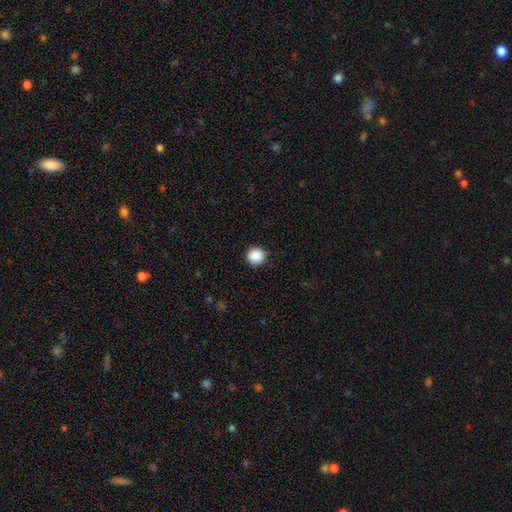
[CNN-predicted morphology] Smooth or featured?
  - smooth: 89% *
  - star or artifact: 9%
  - featured or disk: 2%
How rounded?
  - round: 93% *
  - in between: 6%
  - cigar-shaped: 1%
Merging?
  - none: 91% *
  - minor disturbance: 6%
  - major disturbance: 2%
  - merger: 1%